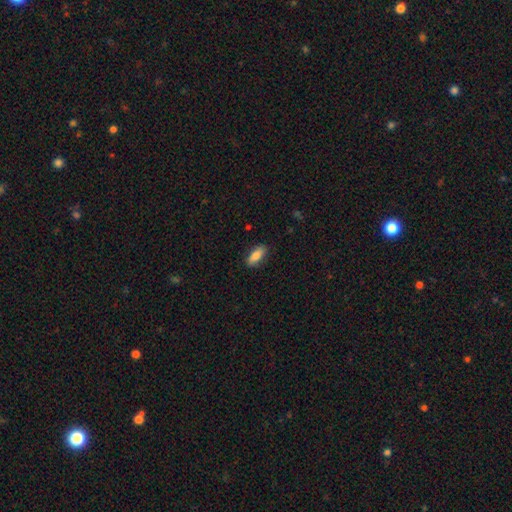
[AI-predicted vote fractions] A smooth galaxy with no disk features (82%) that is in between round and cigar-shaped (79%). Merging: none (85%).